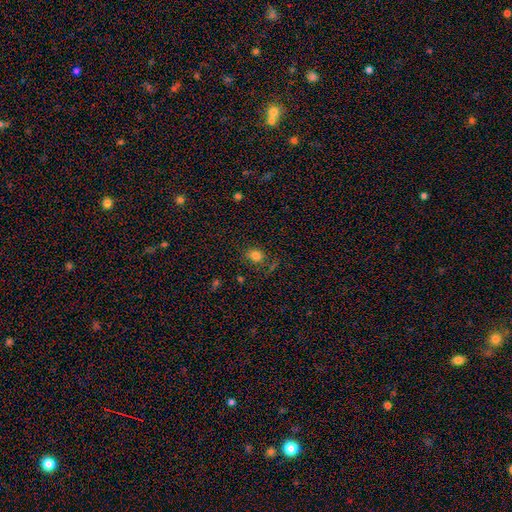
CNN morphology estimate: Smooth or featured? smooth (79%)
How rounded? round (66%)
Merging? none (77%)